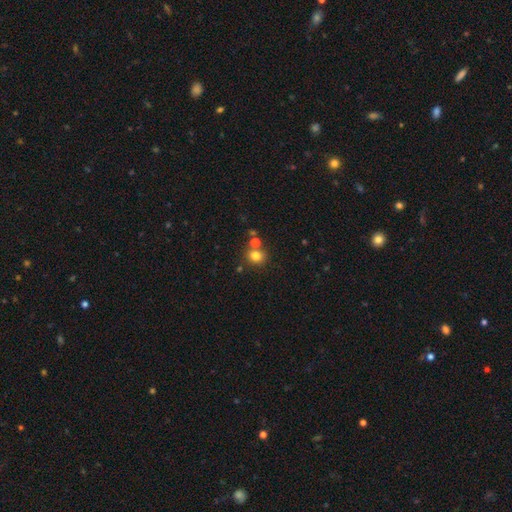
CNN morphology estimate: This appears to be a smooth galaxy with no disk features (78%) that is round (78%). Merging: none (68%).